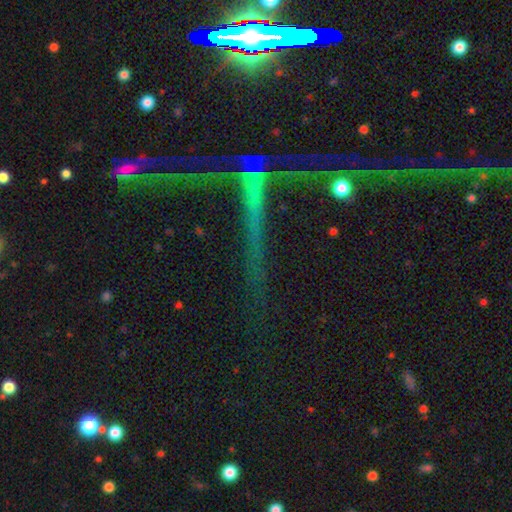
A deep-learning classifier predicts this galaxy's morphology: Smooth or featured: star or artifact — 70% (featured or disk — 18%)